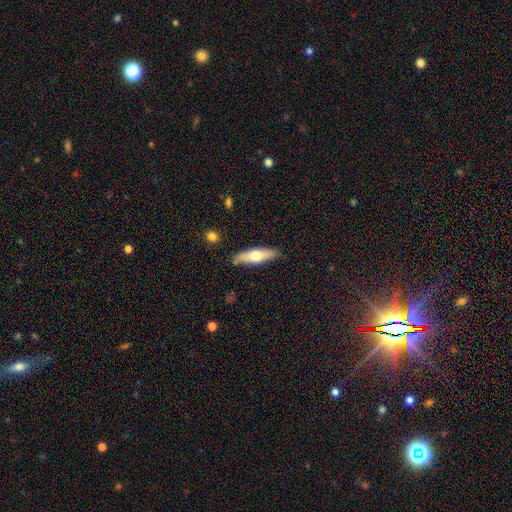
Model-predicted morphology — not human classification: This appears to be a smooth galaxy with no disk features (54%) that is cigar-shaped (60%). Merging: none (83%).